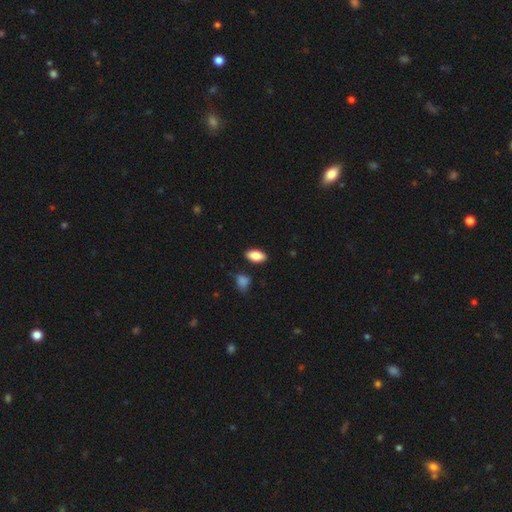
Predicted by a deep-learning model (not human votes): Smooth or featured: smooth — 85% (featured or disk — 8%)
How rounded: in between — 92% (cigar-shaped — 5%)
Merging: none — 87% (minor disturbance — 9%)